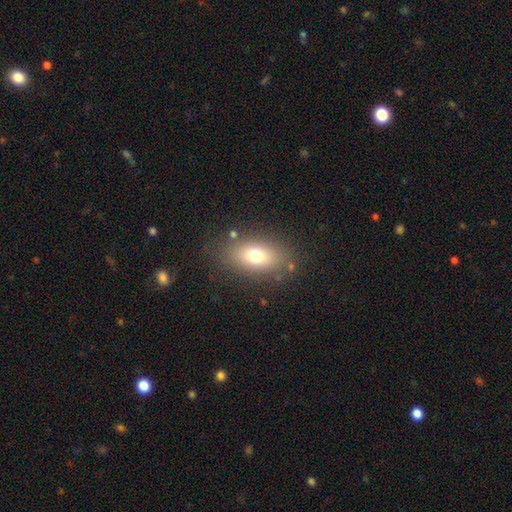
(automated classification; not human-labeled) smooth 72%, featured or disk 16%, star or artifact 11%. Down the decision tree: how rounded — in between (83%); merging — none (80%).